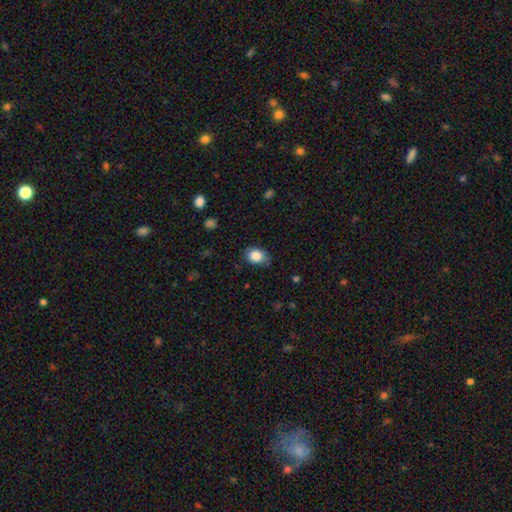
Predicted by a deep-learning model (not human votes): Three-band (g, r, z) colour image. It shows a smooth galaxy with no disk features (85%) that is in between round and cigar-shaped (71%). Merging: none (70%).